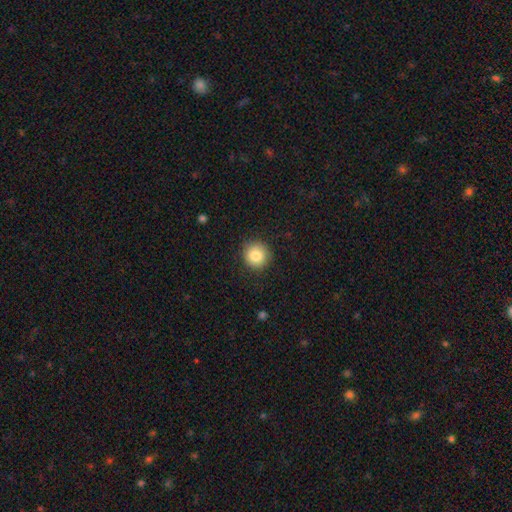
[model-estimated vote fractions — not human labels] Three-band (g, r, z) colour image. It shows a smooth galaxy with no disk features (85%) that is round (93%). Merging: none (89%).